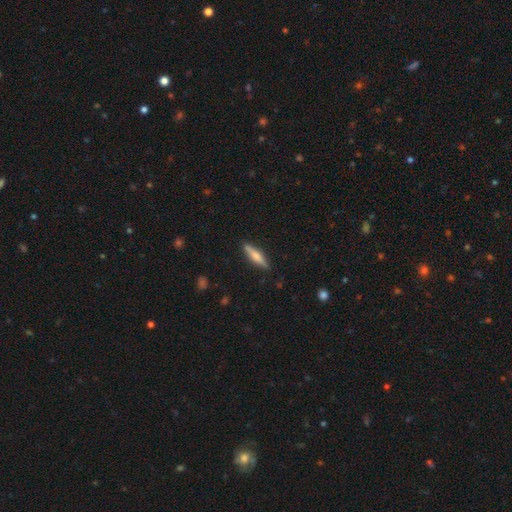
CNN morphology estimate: type=smooth (53%); roundness=cigar-shaped (78%); merging=none (88%).